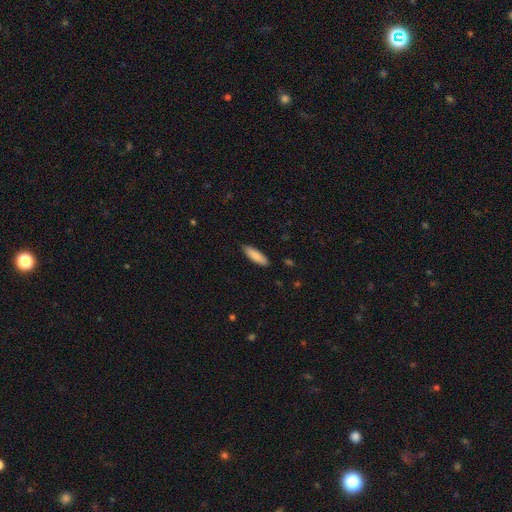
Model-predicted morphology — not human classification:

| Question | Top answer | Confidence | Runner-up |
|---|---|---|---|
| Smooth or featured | smooth | 85% | featured or disk (10%) |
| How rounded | cigar-shaped | 49% | tied: in between (49%) |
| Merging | none | 85% | minor disturbance (12%) |